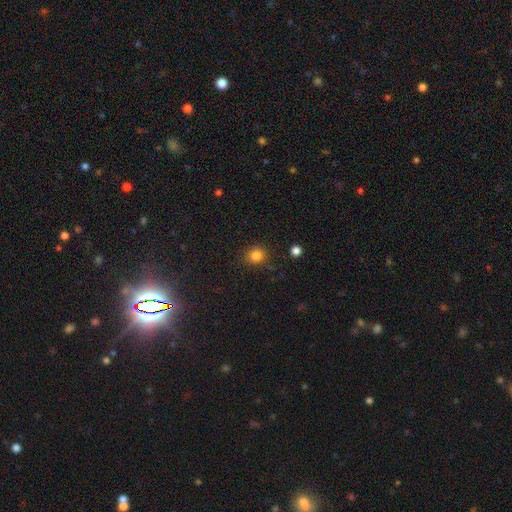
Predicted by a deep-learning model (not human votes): smooth 82%, star or artifact 13%, featured or disk 5%. Down the decision tree: how rounded — round (80%); merging — none (82%).